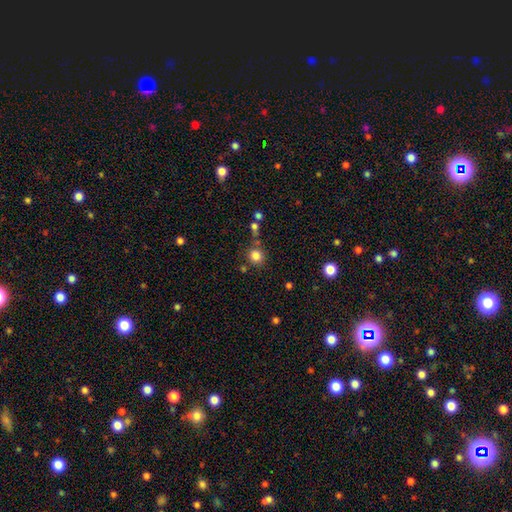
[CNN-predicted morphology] This is clearly a smooth galaxy (83%). How rounded: clearly round (89%). Merging: likely none (71%).